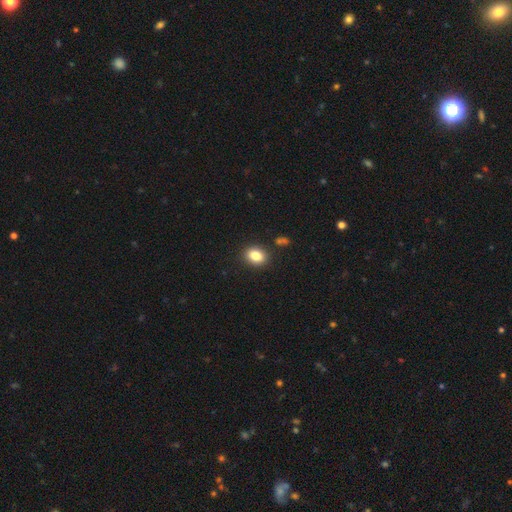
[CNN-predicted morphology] smooth-or-featured: smooth: 84% | star or artifact: 10% | featured or disk: 6%
  how-rounded: in between: 62% | round: 36% | cigar-shaped: 1%
  merging: none: 87% | minor disturbance: 8% | merger: 3% | major disturbance: 2%